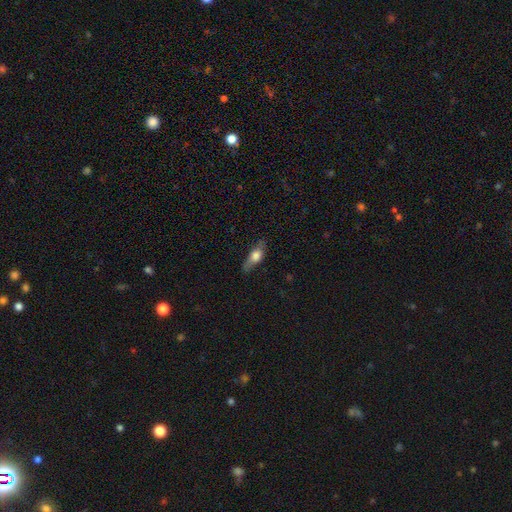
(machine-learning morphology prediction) Smooth or featured? smooth (59%)
How rounded? in between (59%)
Merging? none (70%)